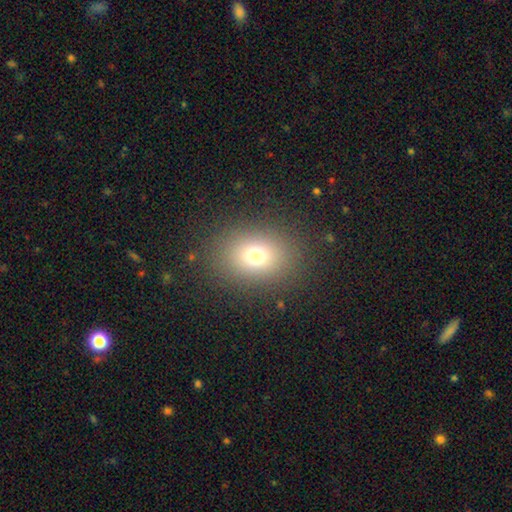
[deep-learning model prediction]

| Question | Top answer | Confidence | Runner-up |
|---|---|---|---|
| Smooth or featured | smooth | 74% | star or artifact (15%) |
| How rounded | in between | 55% | round (44%) |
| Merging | none | 86% | minor disturbance (9%) |